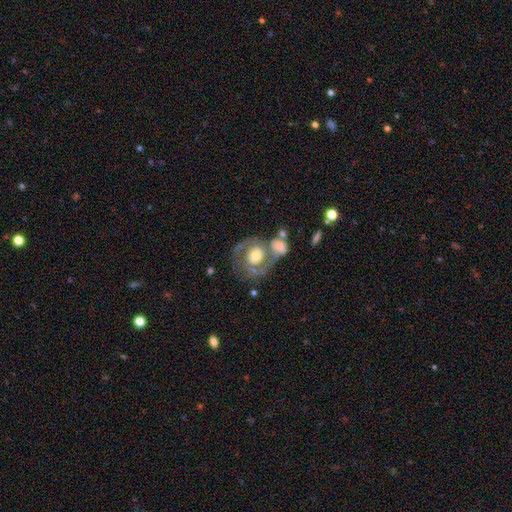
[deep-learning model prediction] This is likely a featured or disk galaxy (69%). It is clearly not viewed edge-on (97%). Bar: likely no (79%). Spiral arm pattern: likely yes (64%). Central bulge: likely moderate (61%). Merging: marginally none (43%).